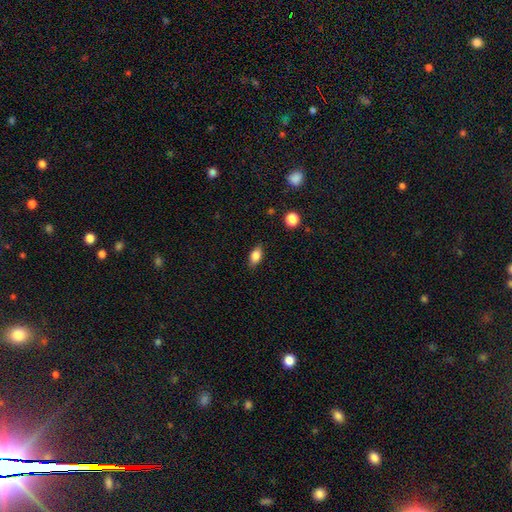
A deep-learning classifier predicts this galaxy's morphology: A smooth galaxy with no disk features (82%) that is in between round and cigar-shaped (85%). Merging: none (84%).